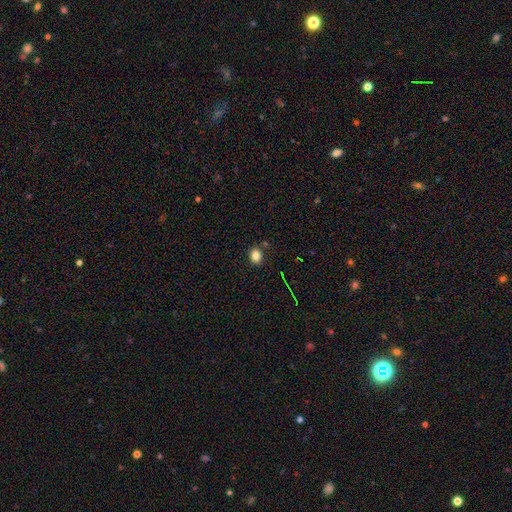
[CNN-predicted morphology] A smooth galaxy with no disk features (81%) that is round (50%). Merging: none (83%).